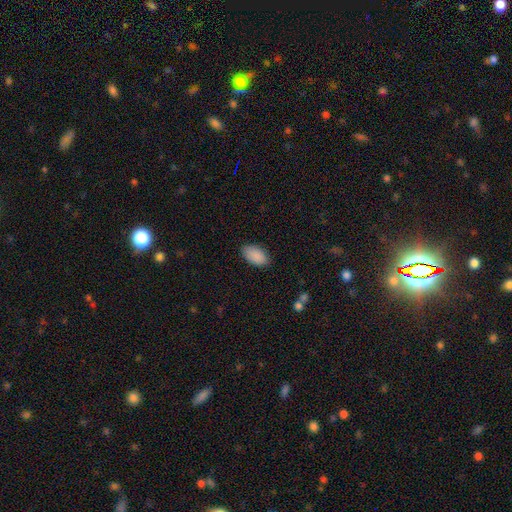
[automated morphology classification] Smooth or featured? Predicted: smooth (p=0.90). How rounded? Predicted: in between (p=0.95). Merging? Predicted: none (p=0.84).